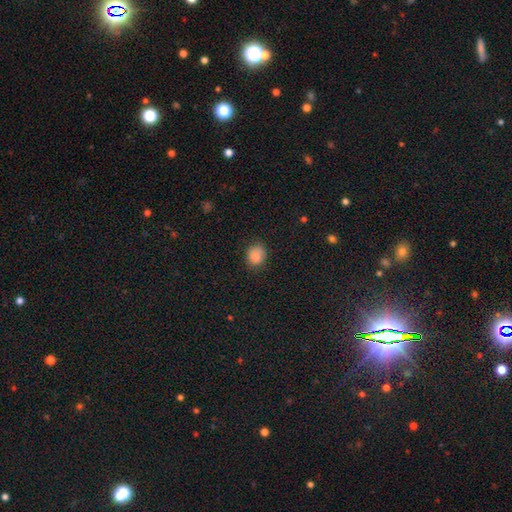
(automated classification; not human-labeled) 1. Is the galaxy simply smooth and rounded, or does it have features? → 85% smooth, 10% star or artifact, 5% featured or disk.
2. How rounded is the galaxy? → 70% round, 29% in between, 1% cigar-shaped.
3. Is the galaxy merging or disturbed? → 77% none, 18% minor disturbance, 4% major disturbance, 1% merger.